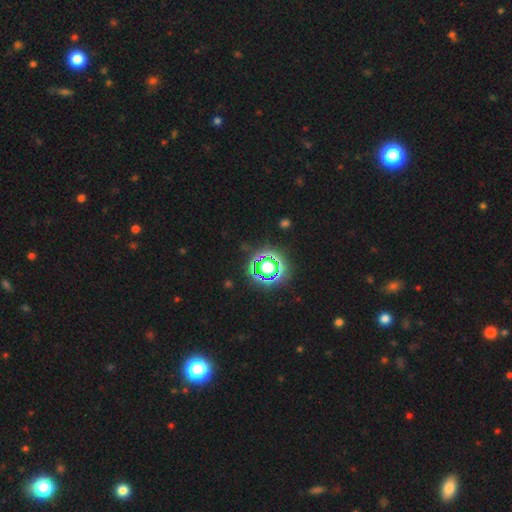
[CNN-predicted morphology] Overall: star or artifact (81%).